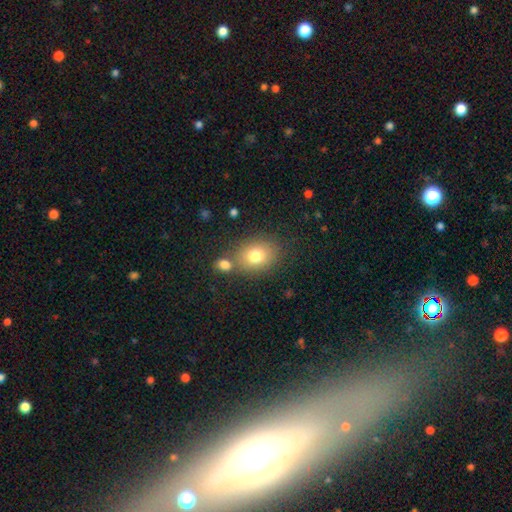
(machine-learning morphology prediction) Smooth or featured: smooth — 78% (featured or disk — 12%)
How rounded: in between — 56% (round — 43%)
Merging: none — 68% (merger — 16%)